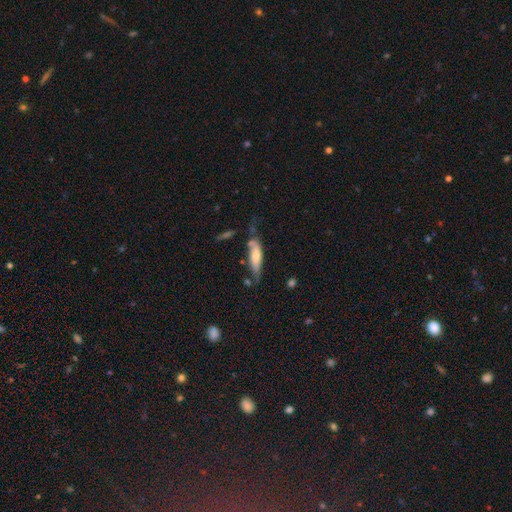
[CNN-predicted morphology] A smooth galaxy with no disk features (60%) that is cigar-shaped (56%). Merging: none (47%).